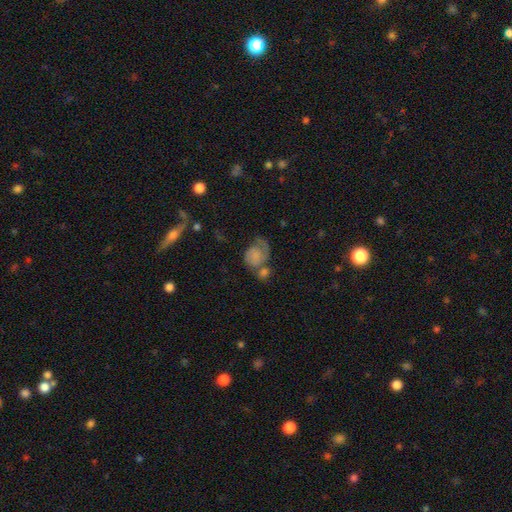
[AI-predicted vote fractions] This is possibly a smooth galaxy (46%). Merging: marginally merger (31%).